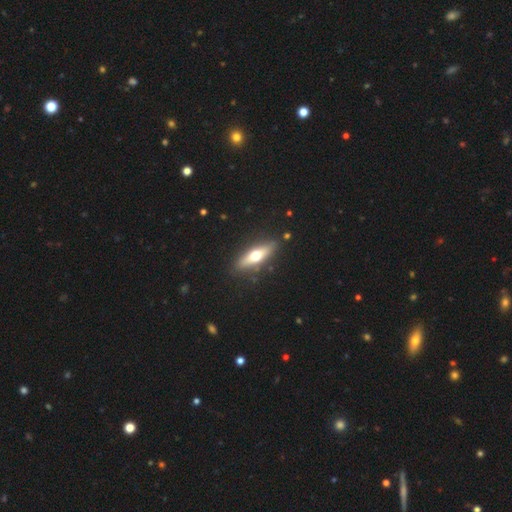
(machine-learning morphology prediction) Smooth or featured: featured or disk — 47% (tied with smooth — 47%)
Merging: none — 87% (minor disturbance — 9%)